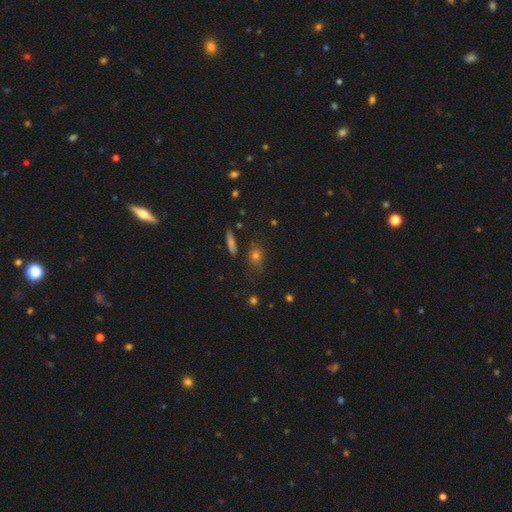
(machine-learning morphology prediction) A smooth galaxy with no disk features (60%) that is in between round and cigar-shaped (51%).

Vote fractions:
- Smooth or featured? smooth: 60% / star or artifact: 25% / featured or disk: 15%
- How rounded? in between: 51% / round: 39% / cigar-shaped: 10%
- Merging? none: 67% / minor disturbance: 19% / major disturbance: 9% / merger: 6%